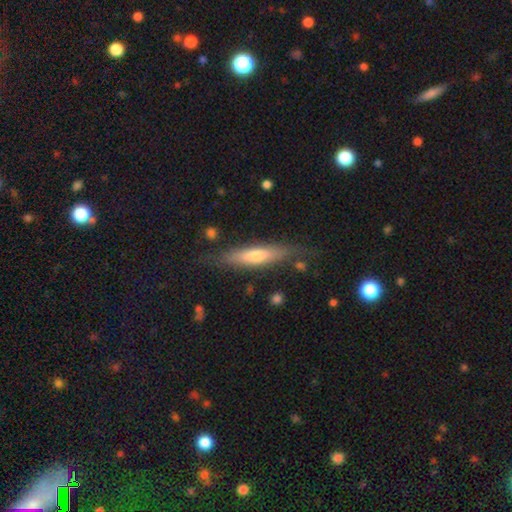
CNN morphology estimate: Smooth or featured: smooth — 48% (featured or disk — 46%)
Merging: none — 78% (minor disturbance — 15%)